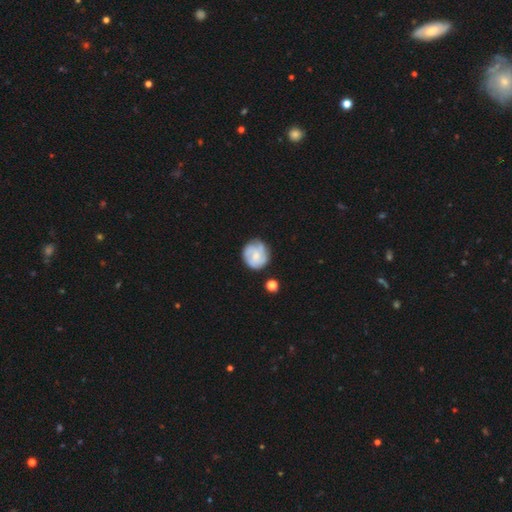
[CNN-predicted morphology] smooth-or-featured: featured or disk: 61% | smooth: 33% | star or artifact: 6%
  disk-edge-on: no: 98% | yes: 2%
    bar: no: 70% | weak: 26% | strong: 4%
    has-spiral-arms: yes: 84% | no: 16%
    bulge-size: small: 51% | moderate: 32% | none: 13% | large: 3% | dominant: 1%
  merging: none: 70% | minor disturbance: 20% | major disturbance: 7% | merger: 4%